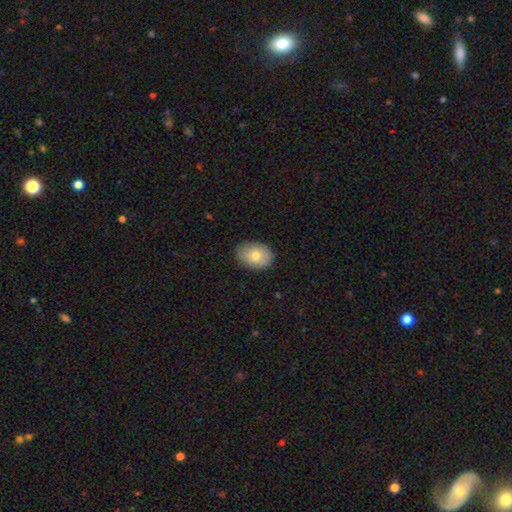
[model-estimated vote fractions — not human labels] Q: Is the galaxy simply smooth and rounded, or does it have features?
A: smooth — 79%.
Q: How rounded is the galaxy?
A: in between — 80%.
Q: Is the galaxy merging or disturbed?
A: none — 85%.